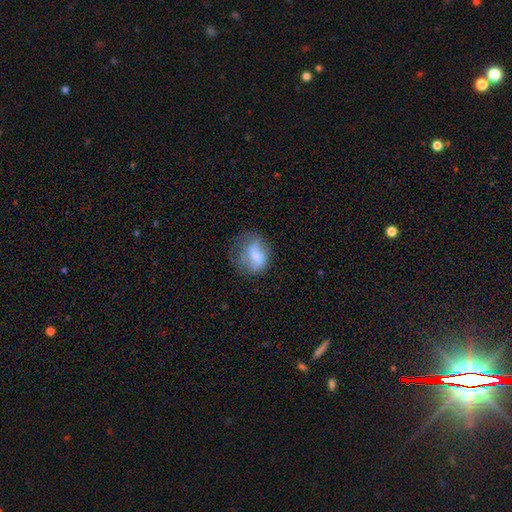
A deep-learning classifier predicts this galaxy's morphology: smooth-or-featured: smooth: 60% | featured or disk: 32% | star or artifact: 9%
  how-rounded: in between: 52% | round: 46% | cigar-shaped: 2%
  merging: none: 38% | major disturbance: 31% | minor disturbance: 29% | merger: 2%